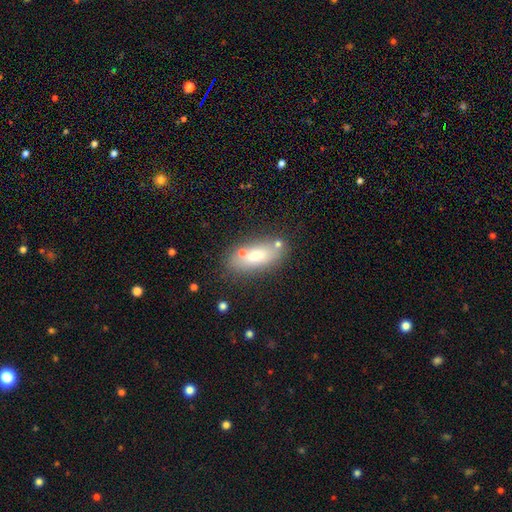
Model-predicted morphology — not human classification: A smooth galaxy with no disk features (62%) that is in between round and cigar-shaped (80%). Merging: none (65%).